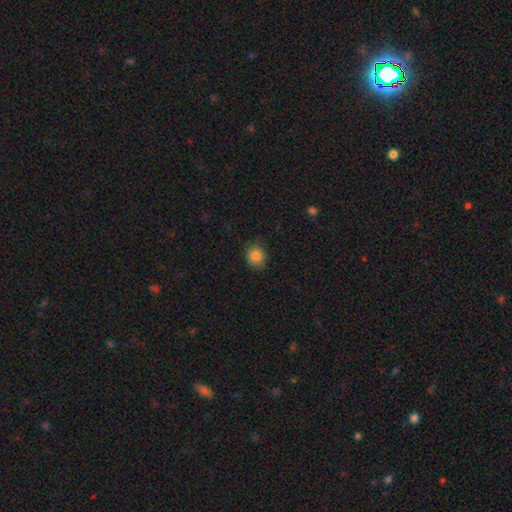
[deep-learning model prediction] Smooth or featured?
  - smooth: 83% *
  - star or artifact: 10%
  - featured or disk: 7%
How rounded?
  - round: 70% *
  - in between: 29%
  - cigar-shaped: 1%
Merging?
  - none: 83% *
  - minor disturbance: 13%
  - major disturbance: 3%
  - merger: 1%